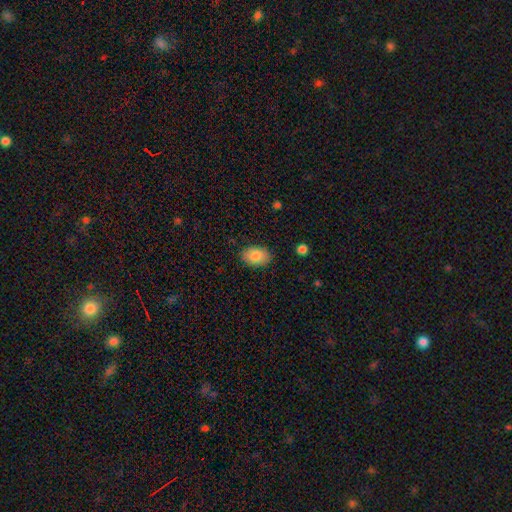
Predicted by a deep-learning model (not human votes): Smooth or featured?
  - smooth: 85% *
  - featured or disk: 8%
  - star or artifact: 7%
How rounded?
  - in between: 88% *
  - round: 11%
  - cigar-shaped: 1%
Merging?
  - none: 86% *
  - minor disturbance: 11%
  - major disturbance: 2%
  - merger: 1%